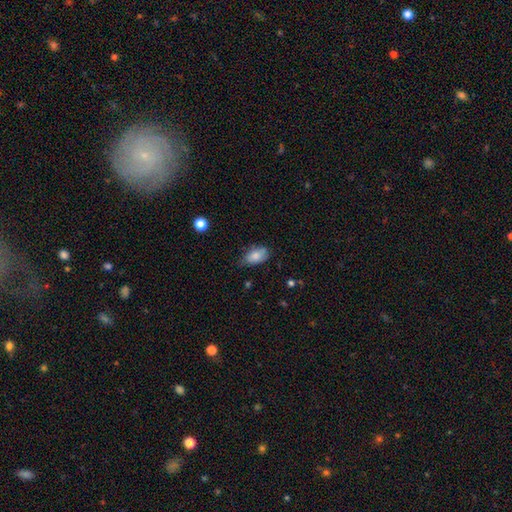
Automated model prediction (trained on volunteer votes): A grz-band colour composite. It shows a smooth galaxy with no disk features (80%) that is in between round and cigar-shaped (92%). Merging: none (58%).